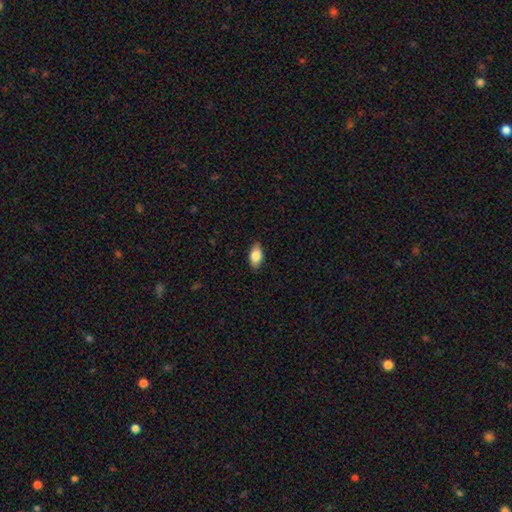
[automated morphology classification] type=smooth (83%); roundness=in between (92%); merging=none (87%).